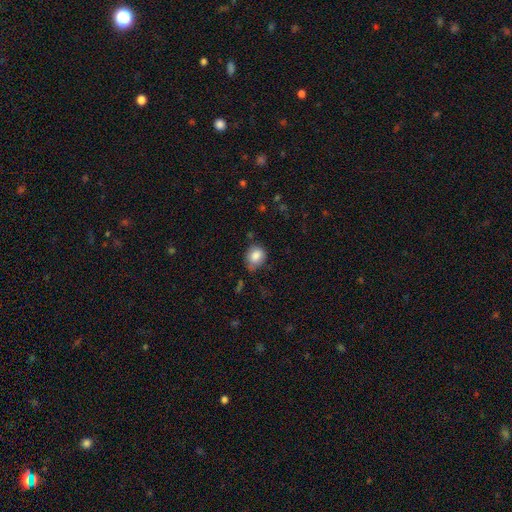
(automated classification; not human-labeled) Overall: smooth (83%). How rounded: round (59%; in between 40%). Merging: none (57%; minor disturbance 32%).